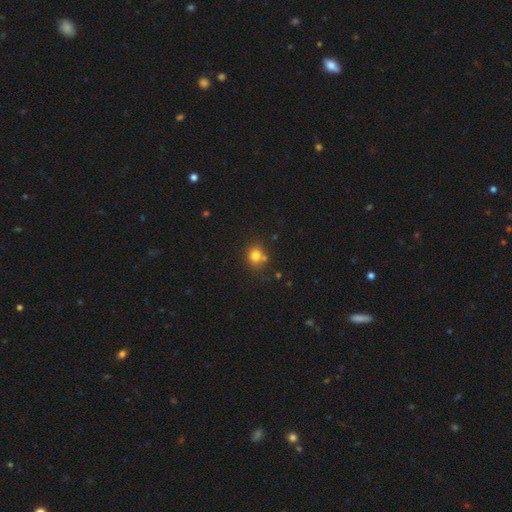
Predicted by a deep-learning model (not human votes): Smooth or featured? smooth (78%)
How rounded? round (78%)
Merging? none (65%)